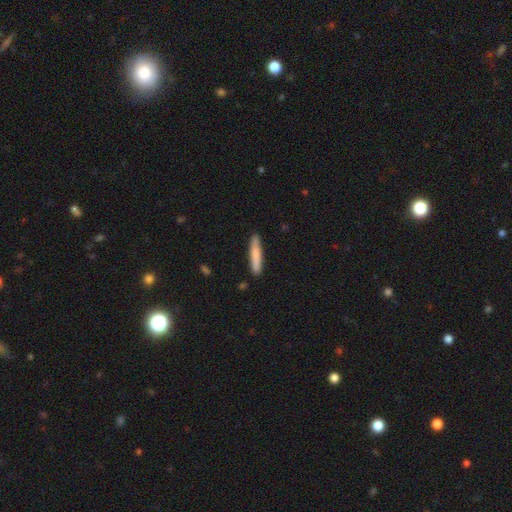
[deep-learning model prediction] This appears to be a smooth galaxy with no disk features (79%) that is cigar-shaped (92%). Merging: none (89%).